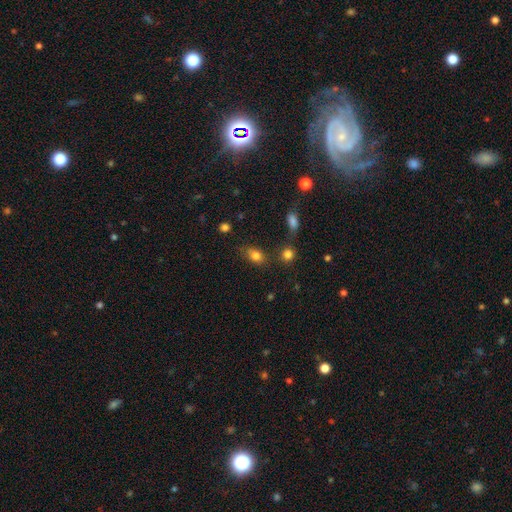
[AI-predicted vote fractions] This is clearly a smooth galaxy (81%). How rounded: likely in between (74%). Merging: likely none (65%).